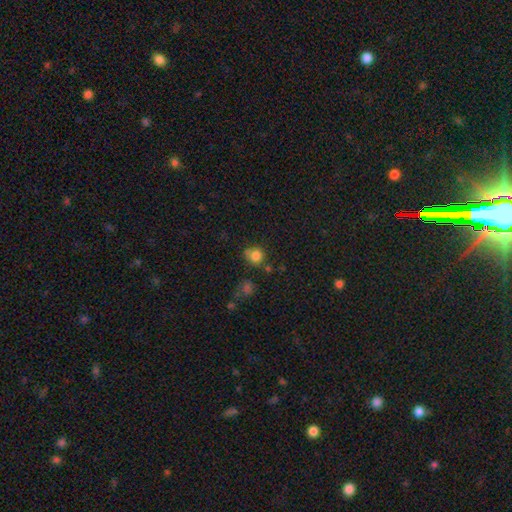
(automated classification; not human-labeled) Smooth or featured?
  - smooth: 81% *
  - star or artifact: 12%
  - featured or disk: 7%
How rounded?
  - round: 85% *
  - in between: 14%
  - cigar-shaped: 1%
Merging?
  - none: 65% *
  - minor disturbance: 19%
  - merger: 10%
  - major disturbance: 6%